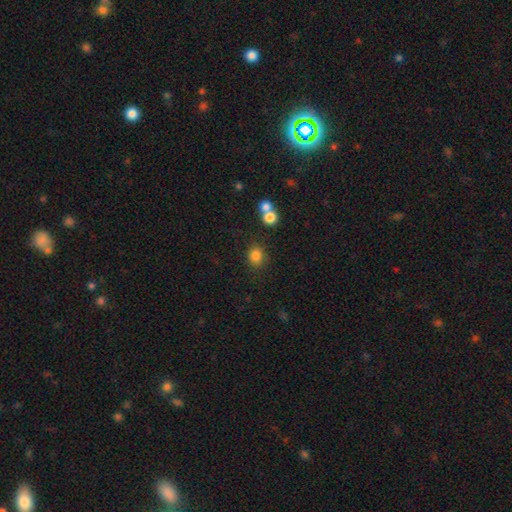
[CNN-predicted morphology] Overall: smooth (82%). How rounded: round (66%; in between 33%). Merging: none (77%).